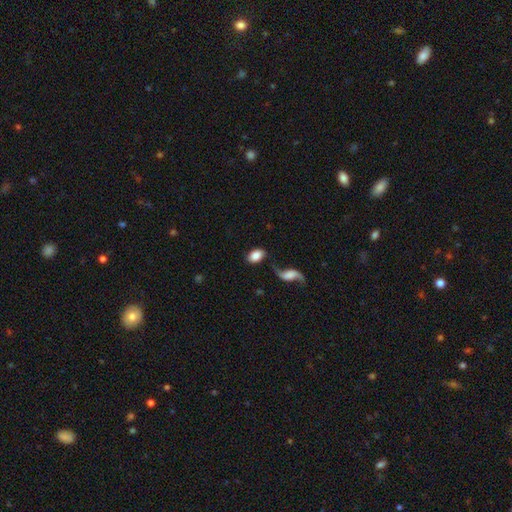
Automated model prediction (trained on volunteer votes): Smooth or featured? Predicted: smooth (p=0.78). How rounded? Predicted: in between (p=0.88). Merging? Predicted: none (p=0.64).